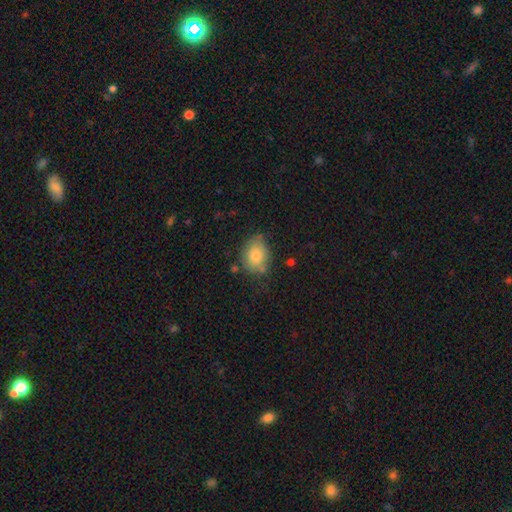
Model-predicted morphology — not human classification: smooth 80%, featured or disk 11%, star or artifact 9%. Down the decision tree: how rounded — in between (60%); merging — none (69%).